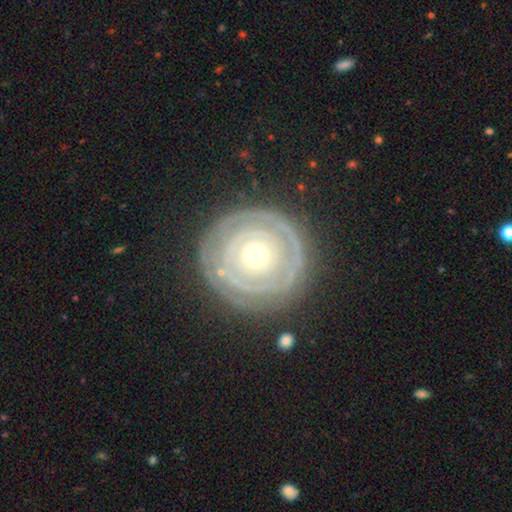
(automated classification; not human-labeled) smooth_or_featured: featured or disk (p=0.76) [alt: smooth p=0.19]
disk_edge_on: no (p=0.95) [alt: yes p=0.05]
bar: no (p=0.88) [alt: weak p=0.08]
has_spiral_arms: yes (p=0.63) [alt: no p=0.37]
bulge_size: moderate (p=0.58) [alt: small p=0.34]
merging: none (p=0.80) [alt: minor disturbance p=0.12]